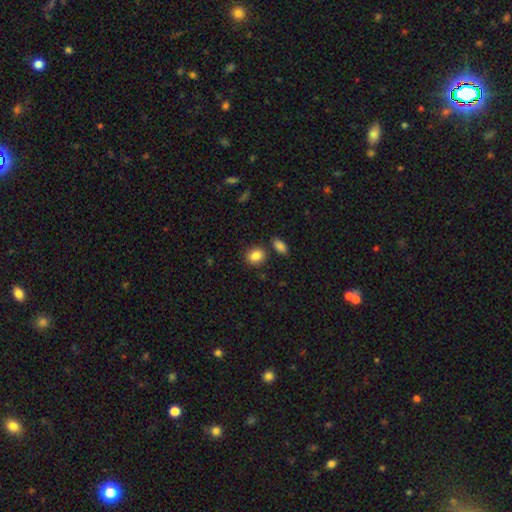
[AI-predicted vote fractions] Smooth or featured? Predicted: smooth (p=0.86). How rounded? Predicted: round (p=0.59). Merging? Predicted: none (p=0.80).